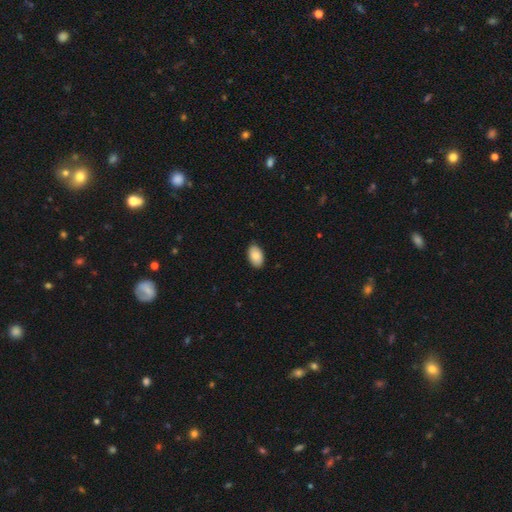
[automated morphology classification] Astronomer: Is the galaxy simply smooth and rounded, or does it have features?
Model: smooth — 84%.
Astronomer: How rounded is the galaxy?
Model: in between — 93%.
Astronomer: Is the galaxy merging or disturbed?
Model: none — 86%.